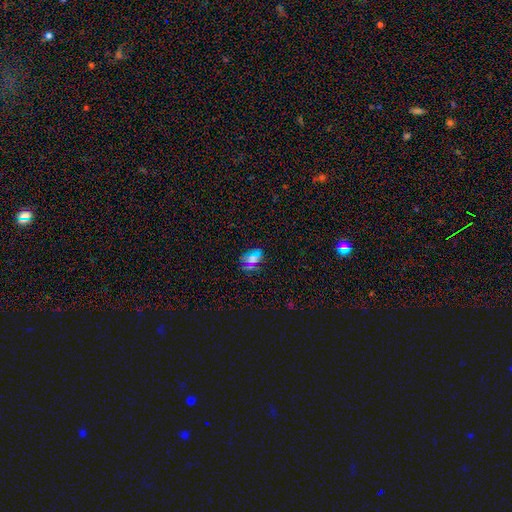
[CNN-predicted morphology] This is possibly a smooth galaxy (49%). Merging: likely none (70%).